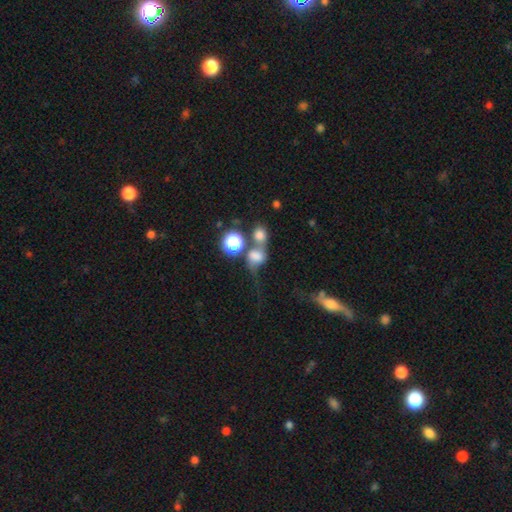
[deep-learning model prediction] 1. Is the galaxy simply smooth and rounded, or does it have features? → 63% smooth, 21% featured or disk, 17% star or artifact.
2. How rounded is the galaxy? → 59% round, 39% in between, 2% cigar-shaped.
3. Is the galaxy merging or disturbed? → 51% merger, 24% none, 16% major disturbance, 10% minor disturbance.